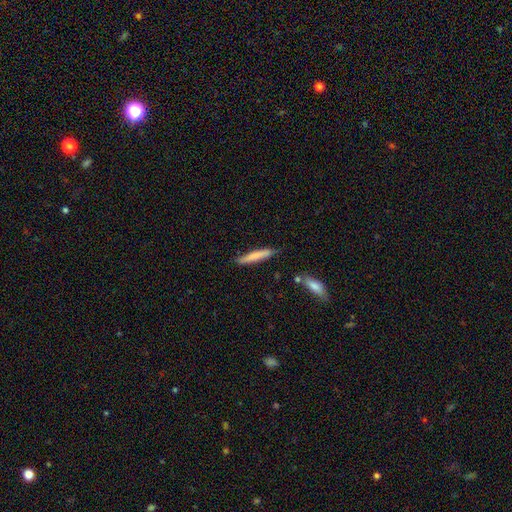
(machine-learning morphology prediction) smooth_or_featured: smooth (p=0.74) [alt: featured or disk p=0.21]
how_rounded: cigar-shaped (p=0.93) [alt: in between p=0.06]
merging: none (p=0.80) [alt: minor disturbance p=0.14]